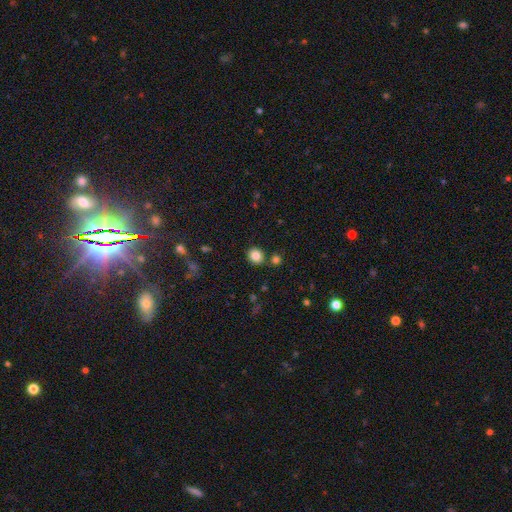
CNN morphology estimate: smooth 84%, star or artifact 10%, featured or disk 6%. Down the decision tree: how rounded — round (75%); merging — none (81%).